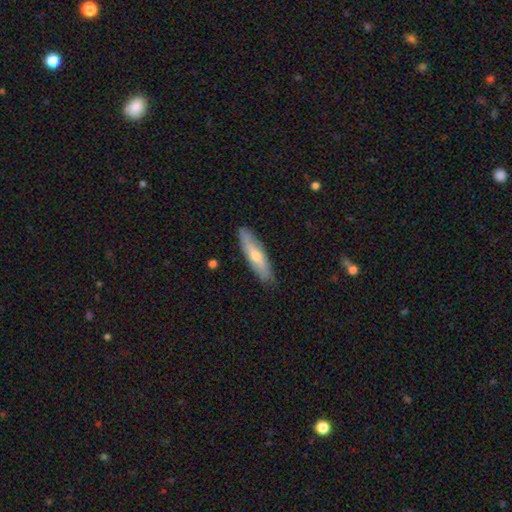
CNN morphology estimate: Smooth or featured: smooth — 54% (featured or disk — 40%)
How rounded: cigar-shaped — 71% (in between — 27%)
Merging: none — 85% (minor disturbance — 11%)